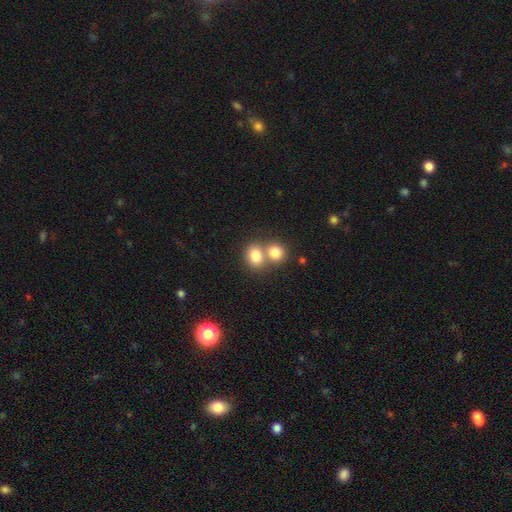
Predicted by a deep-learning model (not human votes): Overall: smooth (81%). How rounded: round (54%; in between 45%). Merging: merger (53%; none 37%).